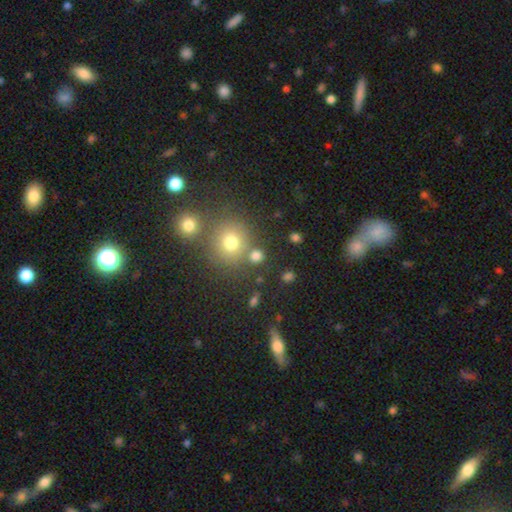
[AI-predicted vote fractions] This appears to be a smooth galaxy with no disk features (75%) that is round (85%). Merging: none (73%).